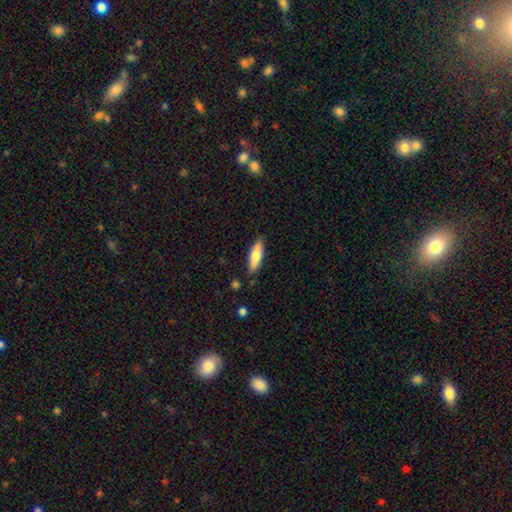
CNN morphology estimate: smooth-or-featured: smooth: 69% | featured or disk: 25% | star or artifact: 6%
  how-rounded: in between: 52% | cigar-shaped: 46% | round: 2%
  merging: none: 84% | minor disturbance: 12% | major disturbance: 2% | merger: 2%